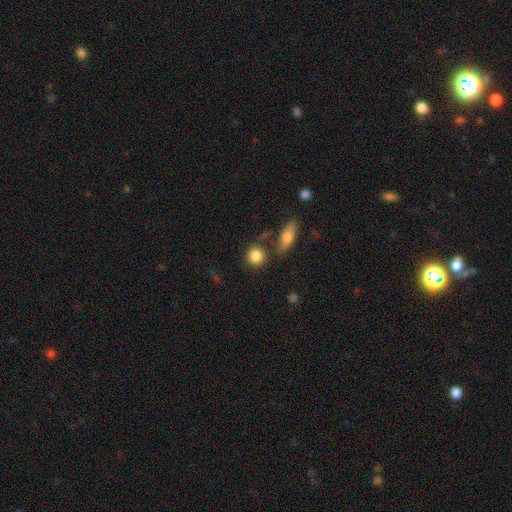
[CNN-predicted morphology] Smooth or featured?
  - smooth: 86% *
  - star or artifact: 8%
  - featured or disk: 7%
How rounded?
  - round: 80% *
  - in between: 17%
  - cigar-shaped: 2%
Merging?
  - none: 72% *
  - minor disturbance: 12%
  - merger: 11%
  - major disturbance: 4%